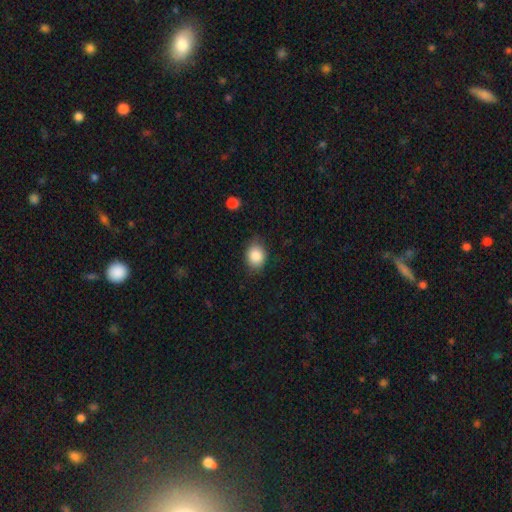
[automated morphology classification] smooth-or-featured: smooth: 86% | star or artifact: 9% | featured or disk: 6%
  how-rounded: in between: 52% | round: 47% | cigar-shaped: 1%
  merging: none: 78% | minor disturbance: 17% | major disturbance: 3% | merger: 1%